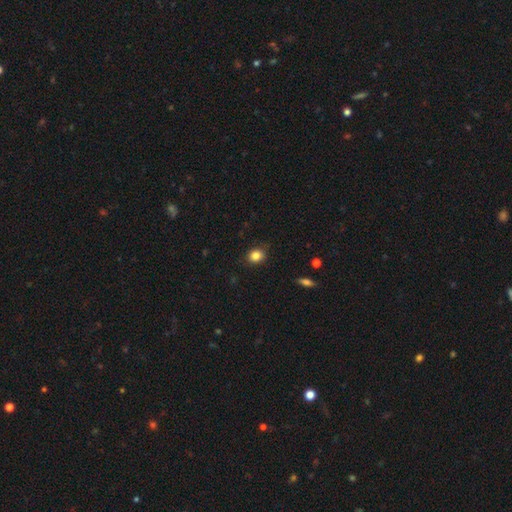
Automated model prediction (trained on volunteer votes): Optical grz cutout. It shows a smooth galaxy with no disk features (85%) that is round (67%). Merging: none (84%).